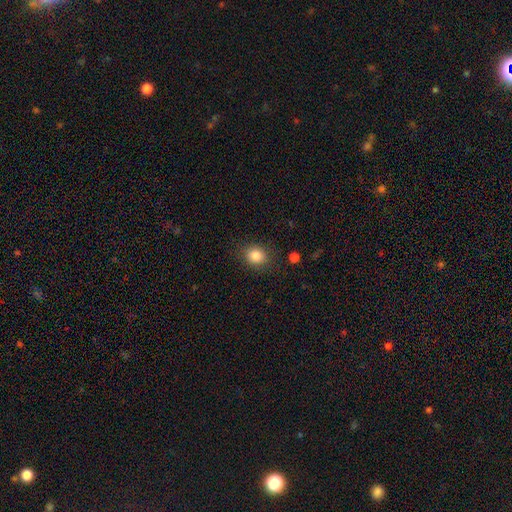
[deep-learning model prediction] This is clearly a smooth galaxy (84%). How rounded: likely round (71%). Merging: clearly none (86%).